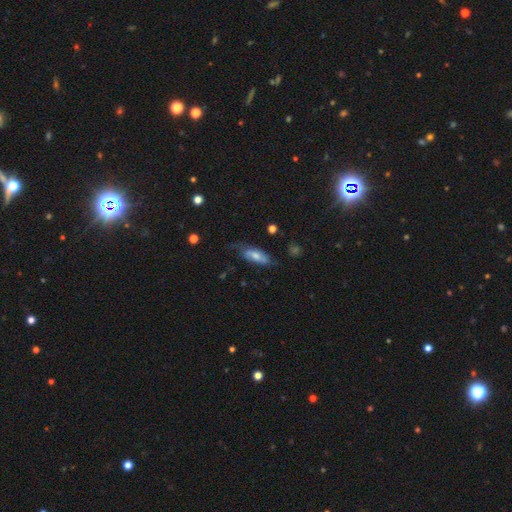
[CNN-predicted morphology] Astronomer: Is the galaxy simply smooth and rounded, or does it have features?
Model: smooth — 58% (runner-up: featured or disk, 34%).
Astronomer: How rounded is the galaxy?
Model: in between — 69%.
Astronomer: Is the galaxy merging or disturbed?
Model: none — 57%.